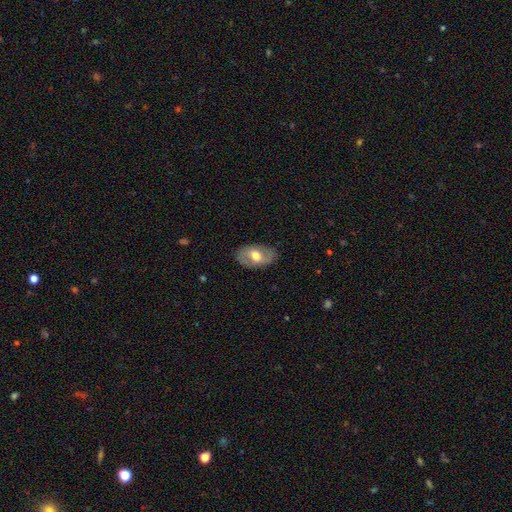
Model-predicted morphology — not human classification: smooth_or_featured: featured or disk (p=0.51) [alt: smooth p=0.43]
disk_edge_on: no (p=0.91) [alt: yes p=0.09]
merging: none (p=0.83) [alt: minor disturbance p=0.13]